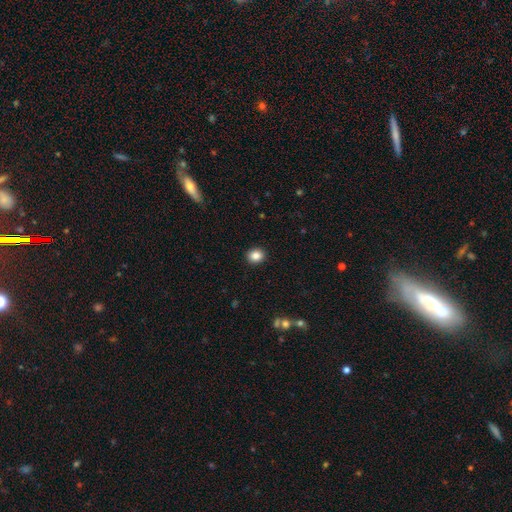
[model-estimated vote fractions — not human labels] A smooth galaxy with no disk features (86%) that is round (68%).

Vote fractions:
- Smooth or featured? smooth: 86% / star or artifact: 9% / featured or disk: 4%
- How rounded? round: 68% / in between: 31% / cigar-shaped: 1%
- Merging? none: 92% / minor disturbance: 5% / major disturbance: 2% / merger: 1%